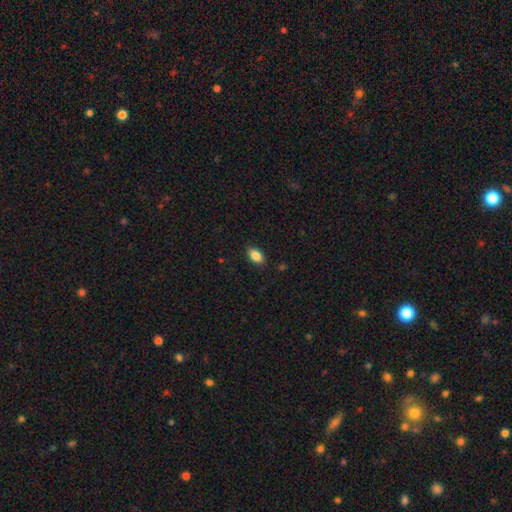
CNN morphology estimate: Smooth or featured?
  - smooth: 86% *
  - star or artifact: 8%
  - featured or disk: 6%
How rounded?
  - in between: 88% *
  - round: 10%
  - cigar-shaped: 2%
Merging?
  - none: 88% *
  - minor disturbance: 9%
  - major disturbance: 2%
  - merger: 1%